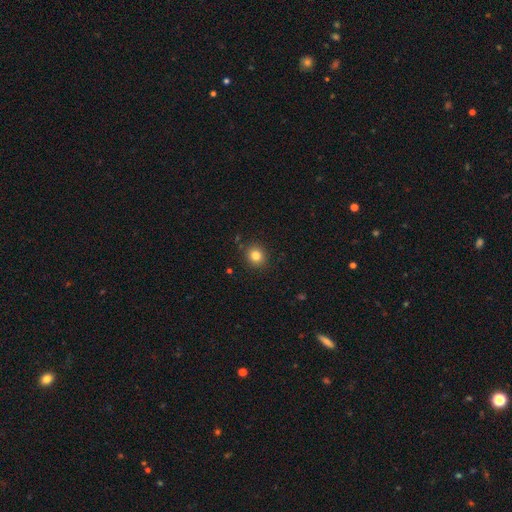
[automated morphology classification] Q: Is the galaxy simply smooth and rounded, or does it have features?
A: smooth — 82%.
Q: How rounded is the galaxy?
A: round — 85%.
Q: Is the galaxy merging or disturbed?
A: none — 89%.